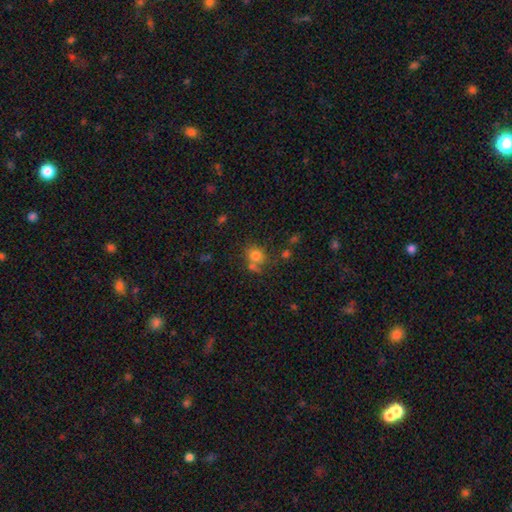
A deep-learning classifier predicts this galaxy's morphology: smooth_or_featured: smooth (p=0.76) [alt: star or artifact p=0.13]
how_rounded: round (p=0.73) [alt: in between p=0.26]
merging: none (p=0.55) [alt: merger p=0.22]